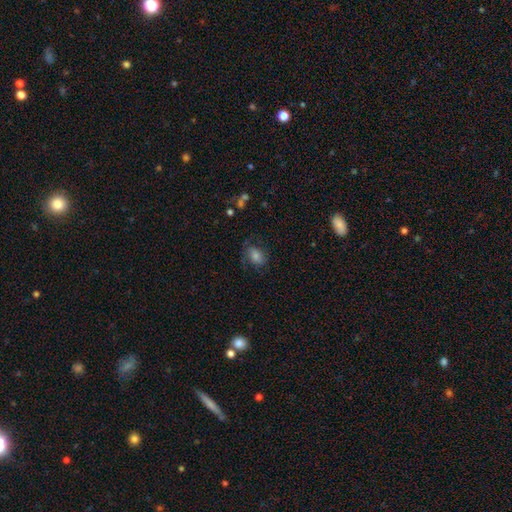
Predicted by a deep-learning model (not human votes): Overall: smooth (50%; featured or disk 34%). How rounded: in between (69%). Merging: none (63%).